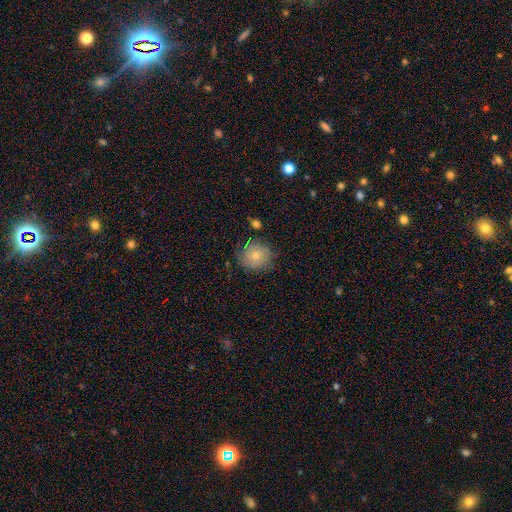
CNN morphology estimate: type=smooth (69%); roundness=round (80%); merging=none (77%).